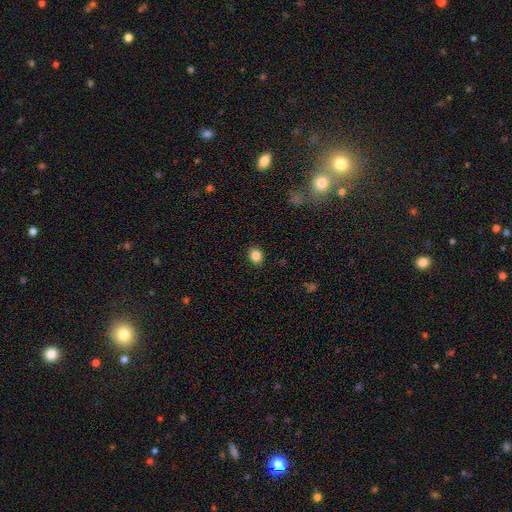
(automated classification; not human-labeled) Smooth or featured: smooth — 86% (star or artifact — 10%)
How rounded: in between — 52% (round — 47%)
Merging: none — 90% (minor disturbance — 7%)